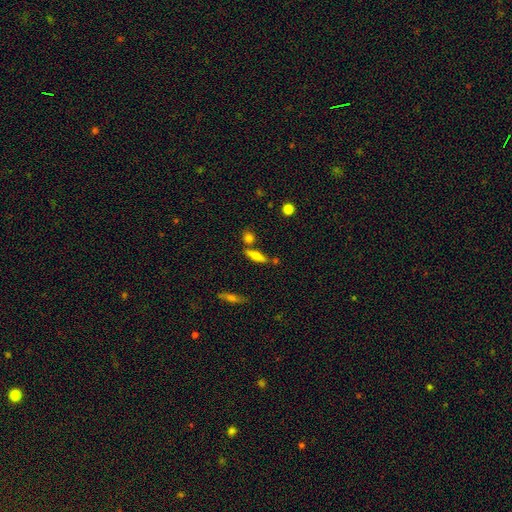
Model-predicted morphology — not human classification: smooth-or-featured: smooth: 61% | featured or disk: 30% | star or artifact: 9%
  how-rounded: cigar-shaped: 58% | in between: 37% | round: 5%
  merging: none: 69% | merger: 14% | minor disturbance: 13% | major disturbance: 4%